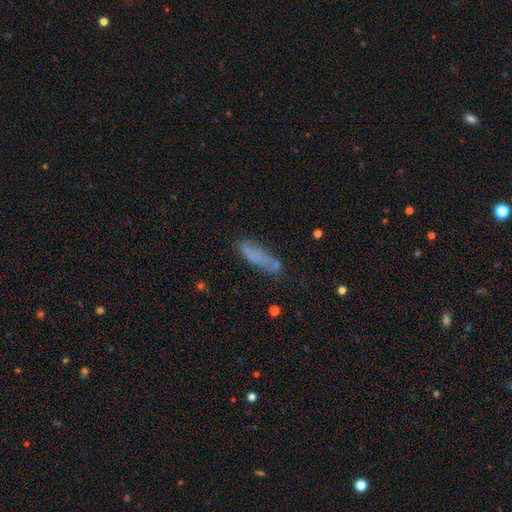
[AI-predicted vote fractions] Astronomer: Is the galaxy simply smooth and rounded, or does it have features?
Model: smooth — 66%.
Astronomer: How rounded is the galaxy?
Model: cigar-shaped — 66%.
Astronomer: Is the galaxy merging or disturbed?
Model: none — 59%.